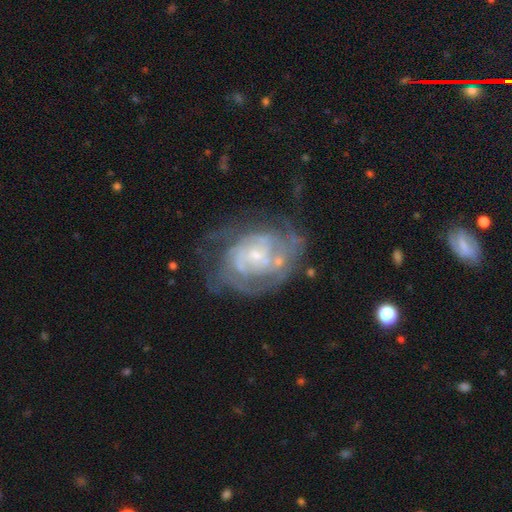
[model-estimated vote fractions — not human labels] smooth-or-featured: featured or disk: 82% | smooth: 11% | star or artifact: 7%
  disk-edge-on: no: 97% | yes: 3%
    bar: no: 68% | weak: 27% | strong: 5%
    has-spiral-arms: yes: 86% | no: 14%
      spiral-winding: tight: 59% | medium: 31% | loose: 10%
      spiral-arm-count: can't tell: 46% | 2: 22% | 3: 14% | 4: 8% | 1: 5% | more than 4: 5%
    bulge-size: small: 71% | moderate: 20% | none: 5% | large: 3% | dominant: 1%
  merging: none: 51% | minor disturbance: 23% | major disturbance: 21% | merger: 6%